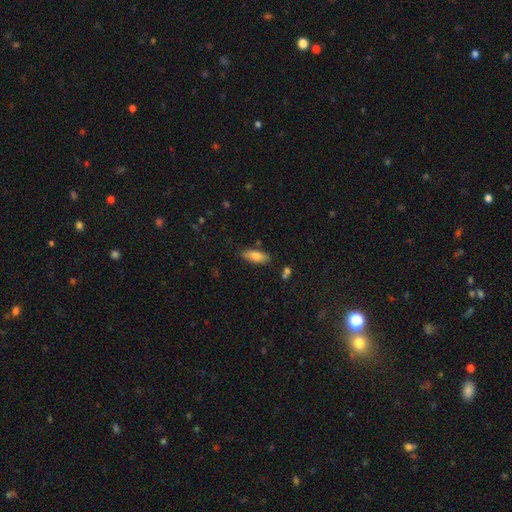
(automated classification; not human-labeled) Q: Smooth or featured?
A: smooth (80%); runner-up: featured or disk (13%)
Q: How rounded?
A: in between (69%); runner-up: cigar-shaped (29%)
Q: Merging?
A: none (81%); runner-up: minor disturbance (12%)